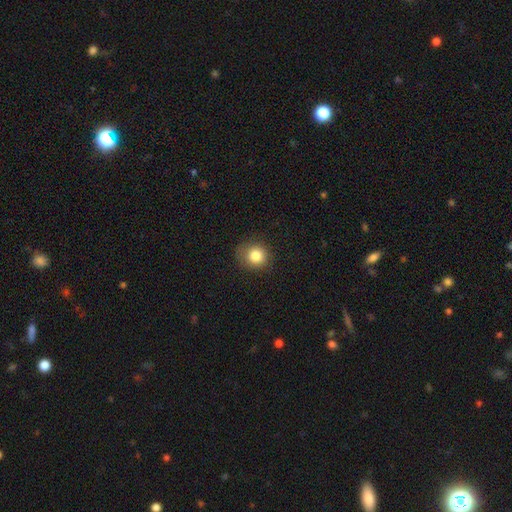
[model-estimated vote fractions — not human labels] A smooth galaxy with no disk features (83%) that is round (85%). Merging: none (80%).